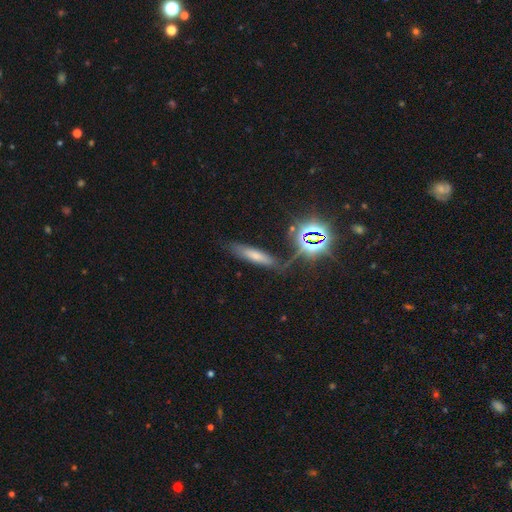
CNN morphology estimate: The model was most divided on "smooth or featured": smooth: 60%, star or artifact: 21%, featured or disk: 19%. More confident: merging — none (75%); how rounded — cigar-shaped (74%).